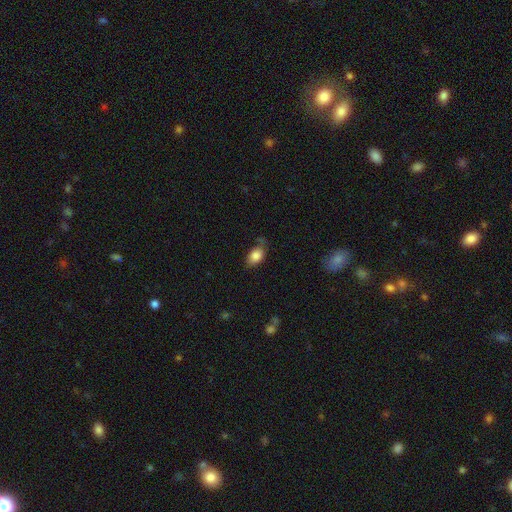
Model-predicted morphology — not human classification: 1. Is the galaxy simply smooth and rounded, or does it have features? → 83% smooth, 8% featured or disk, 8% star or artifact.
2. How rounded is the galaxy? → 86% in between, 12% round, 2% cigar-shaped.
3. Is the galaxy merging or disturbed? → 64% none, 25% minor disturbance, 7% major disturbance, 4% merger.